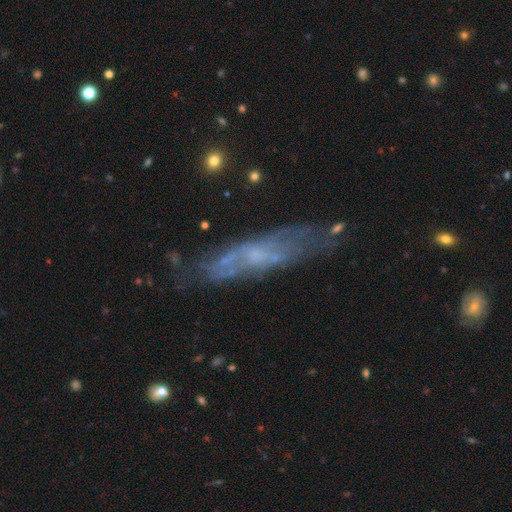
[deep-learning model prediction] Smooth or featured: featured or disk — 60% (smooth — 30%)
Edge-on disk: no — 55% (yes — 45%)
Merging: none — 68% (minor disturbance — 20%)